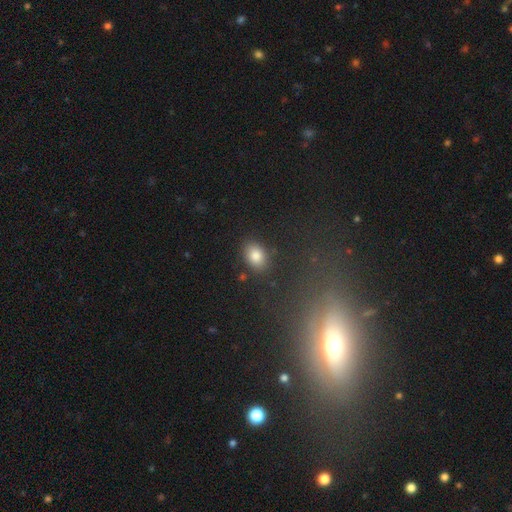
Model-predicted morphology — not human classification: Q: Smooth or featured?
A: smooth (83%); runner-up: star or artifact (9%)
Q: How rounded?
A: in between (79%); runner-up: round (20%)
Q: Merging?
A: none (83%); runner-up: minor disturbance (11%)